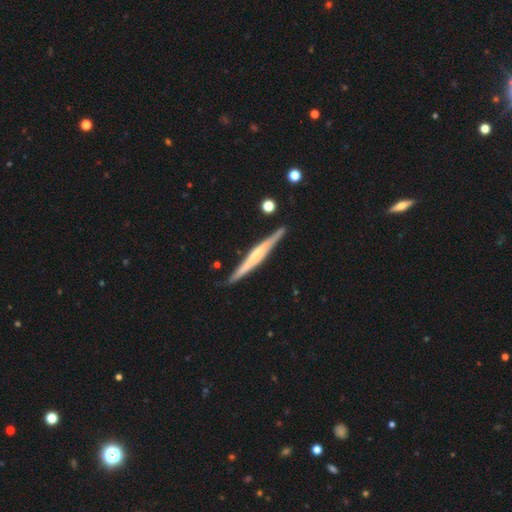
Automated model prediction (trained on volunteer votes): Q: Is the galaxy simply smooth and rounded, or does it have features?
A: featured or disk — 68%.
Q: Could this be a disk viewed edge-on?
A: yes — 97%.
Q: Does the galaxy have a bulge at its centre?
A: rounded — 40%.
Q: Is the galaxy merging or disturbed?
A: none — 87%.